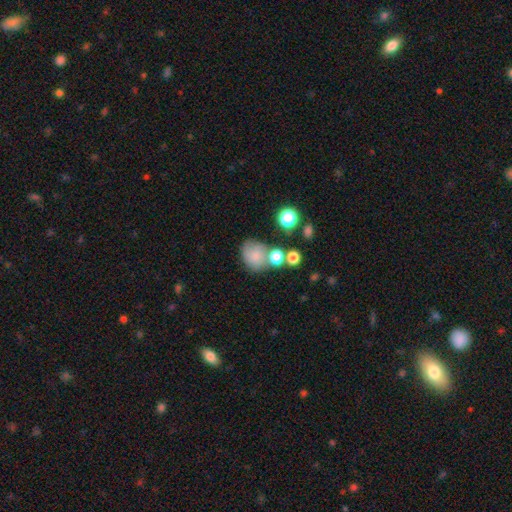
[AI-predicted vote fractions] Smooth or featured: smooth — 73% (featured or disk — 14%)
How rounded: round — 70% (in between — 29%)
Merging: none — 51% (merger — 22%)